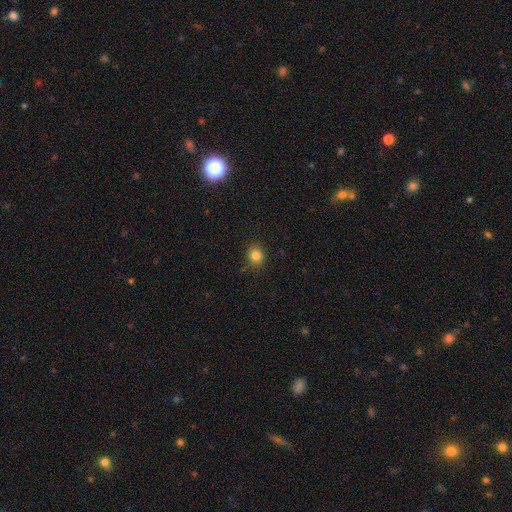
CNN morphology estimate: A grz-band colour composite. It shows a smooth galaxy with no disk features (82%) that is round (74%). Merging: none (83%).